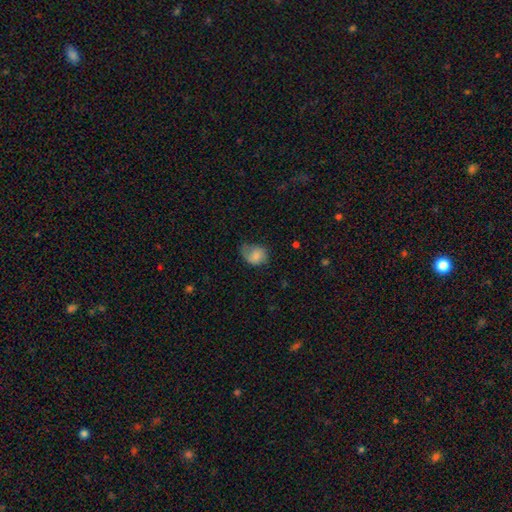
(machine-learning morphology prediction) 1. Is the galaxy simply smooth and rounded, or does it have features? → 70% smooth, 22% featured or disk, 8% star or artifact.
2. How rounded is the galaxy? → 53% in between, 46% round, 1% cigar-shaped.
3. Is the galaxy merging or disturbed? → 39% none, 36% minor disturbance, 24% major disturbance, 2% merger.